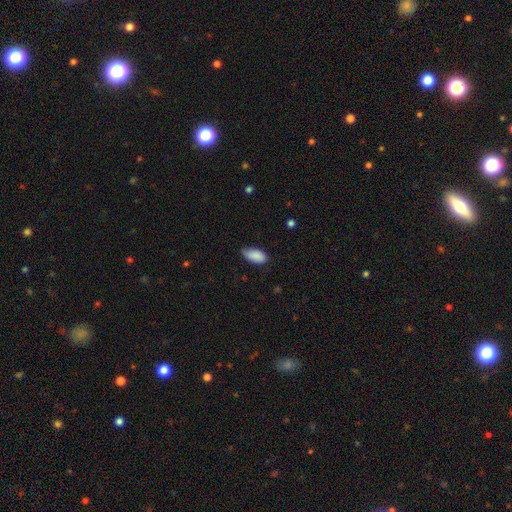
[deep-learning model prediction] Morphology: type=smooth (89%); roundness=in between (93%); merging=none (72%).